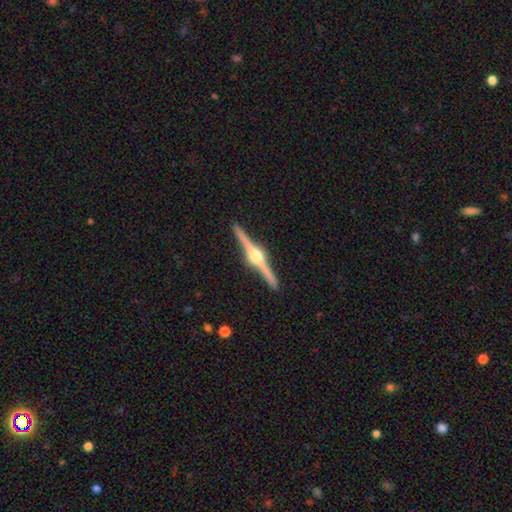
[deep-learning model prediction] A featured or disk galaxy (90%) viewed edge-on (99%) with a rounded central bulge (96%).

Vote fractions:
- Smooth or featured? featured or disk: 90% / smooth: 6% / star or artifact: 4%
- Edge-on disk? yes: 99% / no: 1%
- Edge-on bulge? rounded: 96% / boxy: 3% / none: 1%
- Merging? none: 93% / minor disturbance: 5% / major disturbance: 1% / merger: 1%